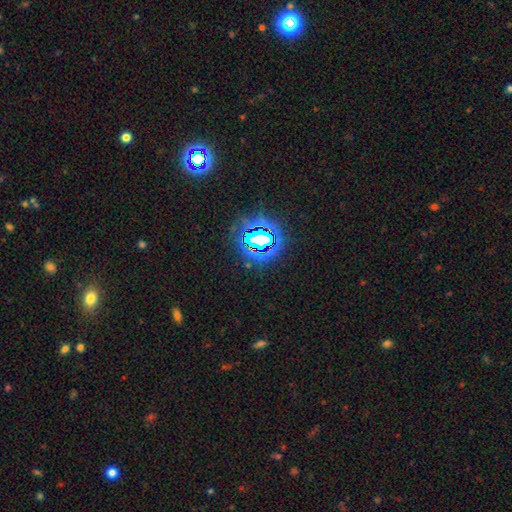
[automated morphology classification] Smooth or featured? Predicted: star or artifact (p=0.79).